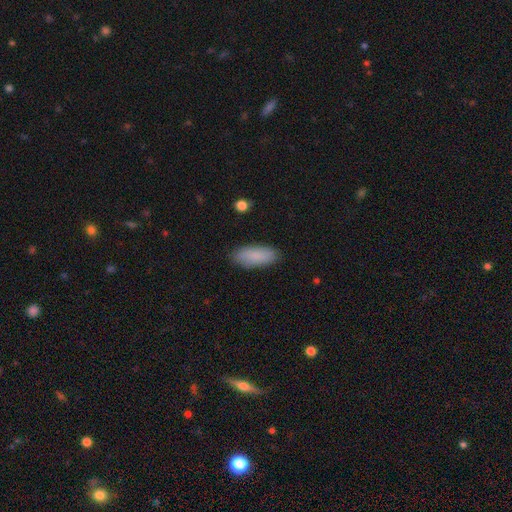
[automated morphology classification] A smooth galaxy with no disk features (86%) that is in between round and cigar-shaped (76%).

Vote fractions:
- Smooth or featured? smooth: 86% / featured or disk: 8% / star or artifact: 6%
- How rounded? in between: 76% / cigar-shaped: 22% / round: 2%
- Merging? none: 86% / minor disturbance: 11% / major disturbance: 2% / merger: 1%